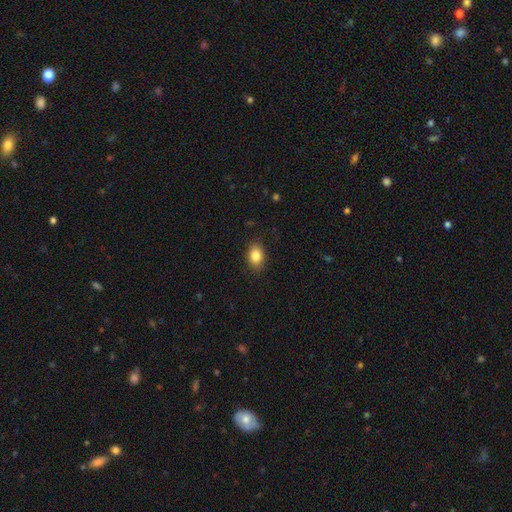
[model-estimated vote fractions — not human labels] Overall: smooth (85%). How rounded: in between (80%). Merging: none (87%).